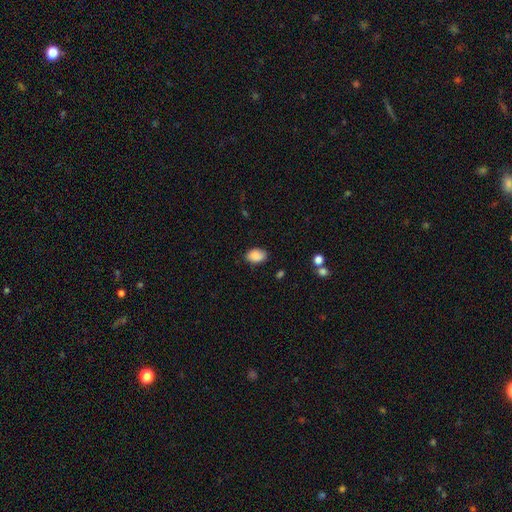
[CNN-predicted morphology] smooth_or_featured: smooth (p=0.88) [alt: star or artifact p=0.07]
how_rounded: in between (p=0.88) [alt: round p=0.11]
merging: none (p=0.81) [alt: minor disturbance p=0.15]